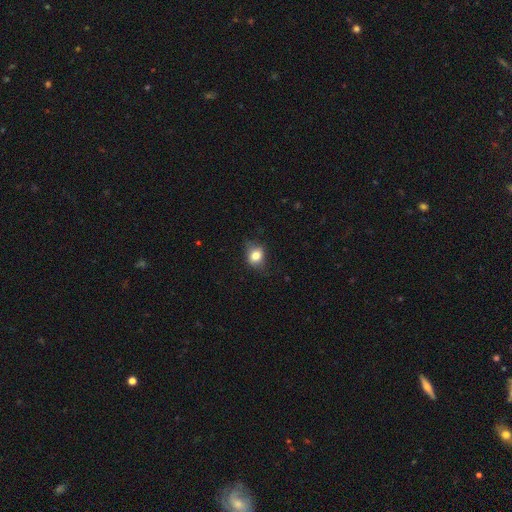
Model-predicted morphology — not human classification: The model was most divided on "how rounded": round: 51%, in between: 47%, cigar-shaped: 1%. More confident: smooth or featured — smooth (79%); merging — none (69%).